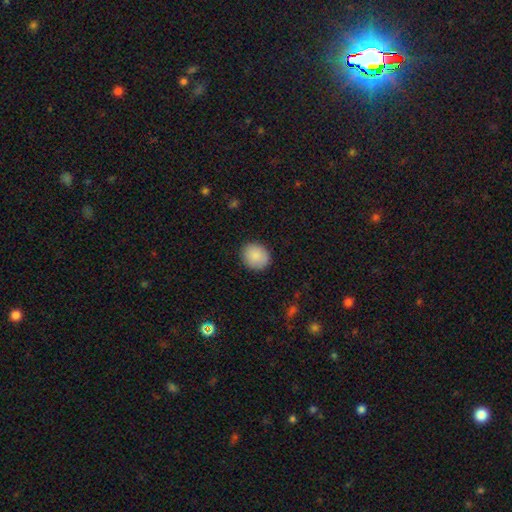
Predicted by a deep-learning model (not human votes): This appears to be a smooth galaxy with no disk features (88%) that is round (76%). Merging: none (89%).